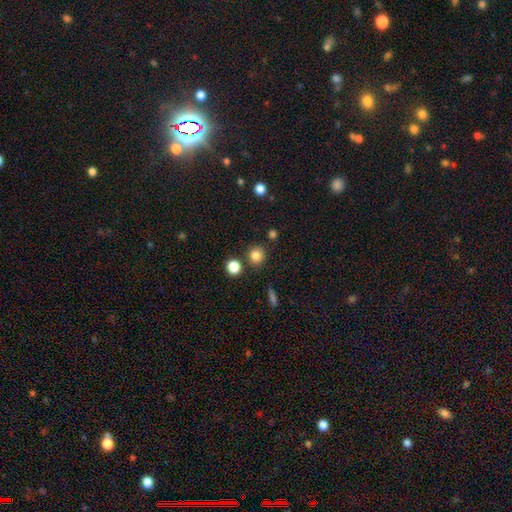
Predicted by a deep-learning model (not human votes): Smooth or featured? smooth (83%)
How rounded? round (87%)
Merging? none (82%)